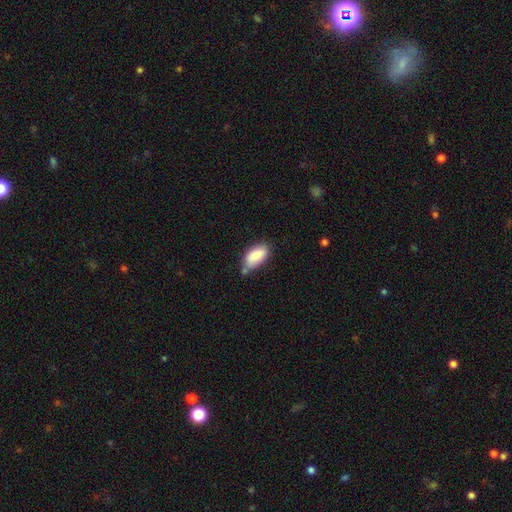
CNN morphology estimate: This appears to be a smooth galaxy with no disk features (85%) that is in between round and cigar-shaped (92%). Merging: none (59%).